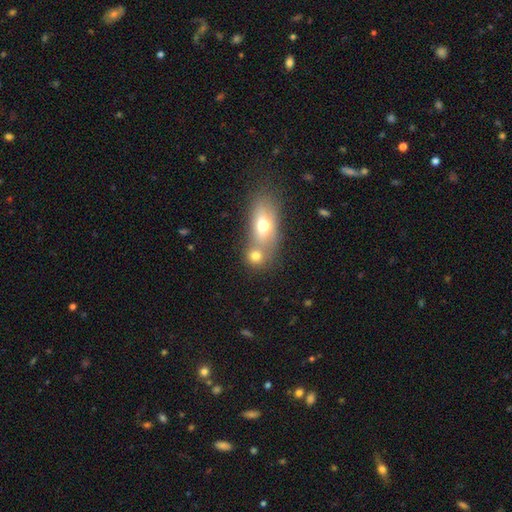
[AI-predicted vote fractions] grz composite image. It shows a smooth galaxy with no disk features (74%) that is round (58%). Merging: merger (52%).